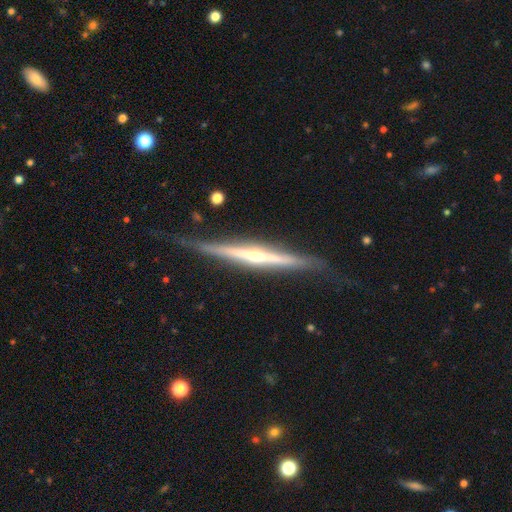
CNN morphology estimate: Smooth or featured: featured or disk — 85% (smooth — 11%)
Edge-on disk: yes — 97% (no — 3%)
Edge-on bulge: rounded — 76% (none — 18%)
Merging: none — 80% (minor disturbance — 15%)